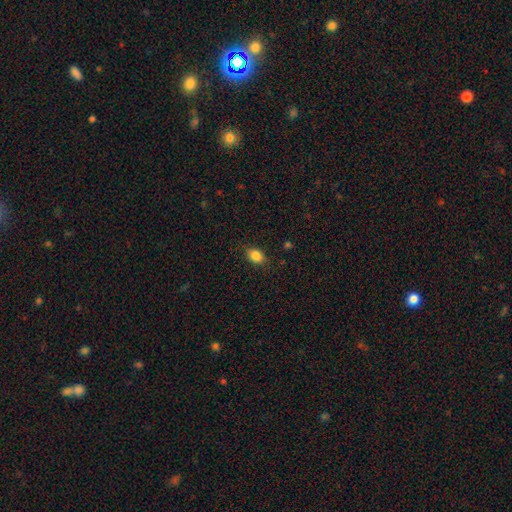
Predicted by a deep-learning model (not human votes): Smooth or featured? smooth (85%)
How rounded? in between (75%)
Merging? none (84%)